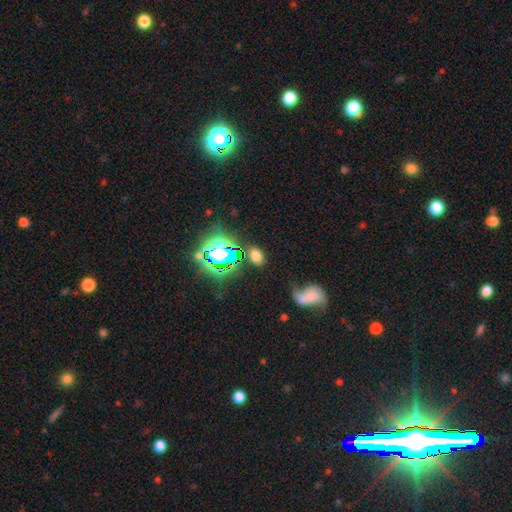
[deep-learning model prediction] Morphology: type=smooth (63%); roundness=in between (80%); merging=none (78%).